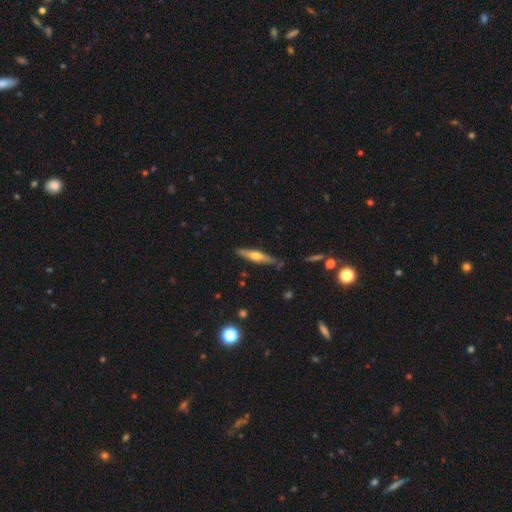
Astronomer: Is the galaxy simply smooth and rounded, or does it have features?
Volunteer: featured or disk — 56% (runner-up: smooth, 36%).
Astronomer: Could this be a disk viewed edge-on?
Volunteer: yes — 91%.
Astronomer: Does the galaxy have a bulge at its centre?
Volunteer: rounded — 90%.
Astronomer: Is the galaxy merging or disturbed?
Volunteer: none — 86%.